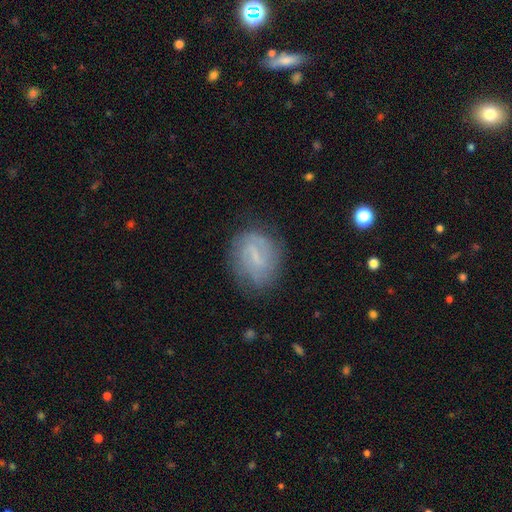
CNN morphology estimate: featured or disk 57%, smooth 34%, star or artifact 9%. Down the decision tree: edge-on disk — no (96%); bar — weak (53%); spiral arms — yes (72%); bulge size — small (51%); merging — none (70%).